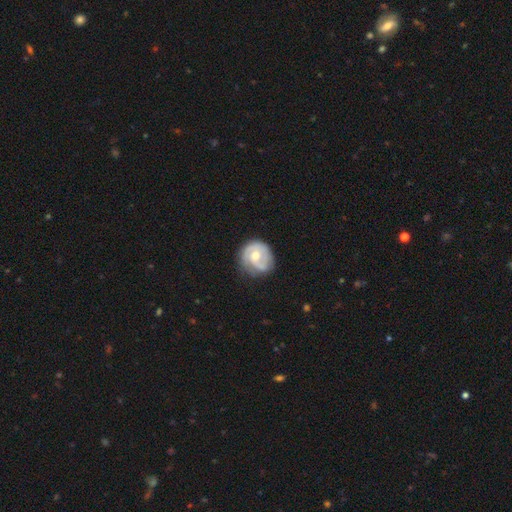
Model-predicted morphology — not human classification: smooth_or_featured: featured or disk (p=0.73) [alt: smooth p=0.22]
disk_edge_on: no (p=0.98) [alt: yes p=0.02]
bar: no (p=0.67) [alt: weak p=0.28]
has_spiral_arms: yes (p=0.88) [alt: no p=0.12]
spiral_winding: tight (p=0.55) [alt: medium p=0.33]
spiral_arm_count: 2 (p=0.48) [alt: 1 p=0.19]
bulge_size: moderate (p=0.61) [alt: small p=0.34]
merging: none (p=0.67) [alt: minor disturbance p=0.23]